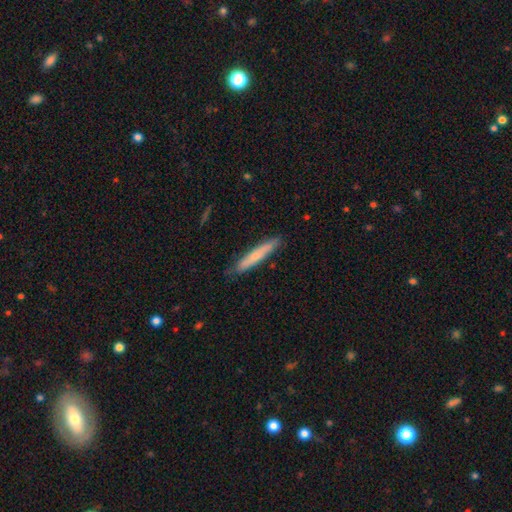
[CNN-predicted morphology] smooth 60%, featured or disk 34%, star or artifact 6%. Down the decision tree: how rounded — cigar-shaped (93%); merging — none (85%).